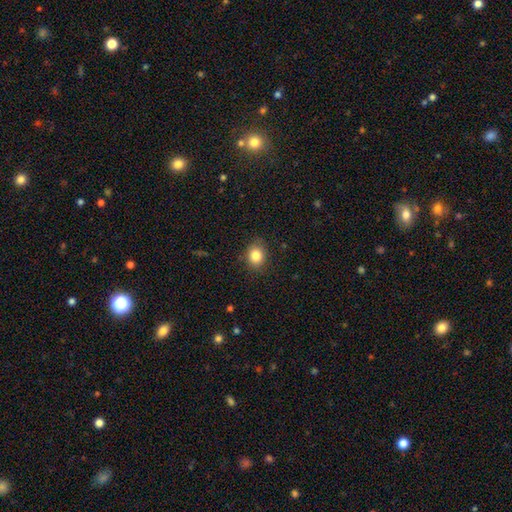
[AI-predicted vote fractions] A smooth galaxy with no disk features (83%) that is round (53%). Merging: none (83%).